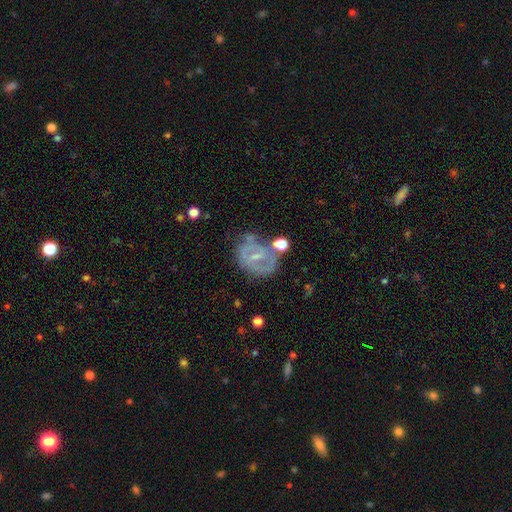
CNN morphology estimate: smooth_or_featured: featured or disk (p=0.72) [alt: smooth p=0.19]
disk_edge_on: no (p=0.96) [alt: yes p=0.04]
bar: weak (p=0.49) [alt: no p=0.29]
has_spiral_arms: yes (p=0.73) [alt: no p=0.27]
spiral_winding: tight (p=0.47) [alt: medium p=0.38]
spiral_arm_count: 2 (p=0.52) [alt: can't tell p=0.30]
bulge_size: small (p=0.63) [alt: moderate p=0.25]
merging: none (p=0.51) [alt: minor disturbance p=0.23]